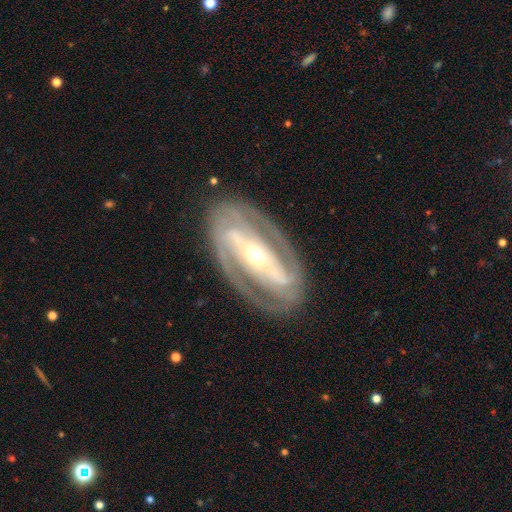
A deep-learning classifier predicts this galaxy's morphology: A featured or disk galaxy (90%) with a strong bar (60%), 2 (74%) tight (54%) spiral arms (96%) and a moderate central bulge (51%).

Vote fractions:
- Smooth or featured? featured or disk: 90% / smooth: 6% / star or artifact: 5%
- Edge-on disk? no: 94% / yes: 6%
- Bar? strong: 60% / weak: 23% / no: 17%
- Spiral arms? yes: 96% / no: 4%
- Spiral winding? tight: 54% / medium: 38% / loose: 8%
- Spiral arm count? 2: 74% / 3: 11% / can't tell: 7% / 4: 3% / 1: 2% / more than 4: 2%
- Bulge size? moderate: 51% / small: 43% / large: 4% / dominant: 1% / none: 1%
- Merging? none: 81% / minor disturbance: 12% / major disturbance: 5% / merger: 1%